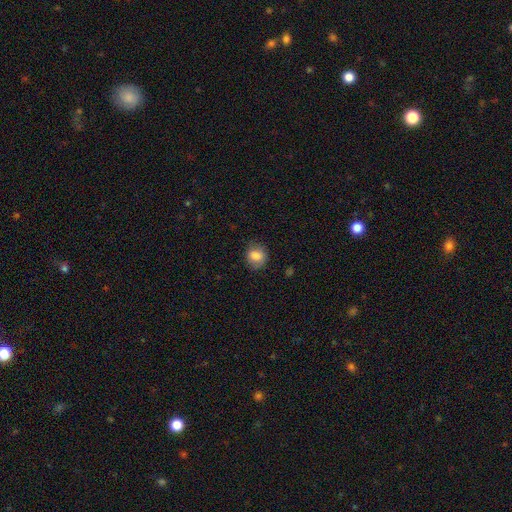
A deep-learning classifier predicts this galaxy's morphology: Smooth or featured?
  - smooth: 82% *
  - featured or disk: 9%
  - star or artifact: 9%
How rounded?
  - round: 69% *
  - in between: 30%
  - cigar-shaped: 1%
Merging?
  - none: 76% *
  - minor disturbance: 18%
  - major disturbance: 5%
  - merger: 1%